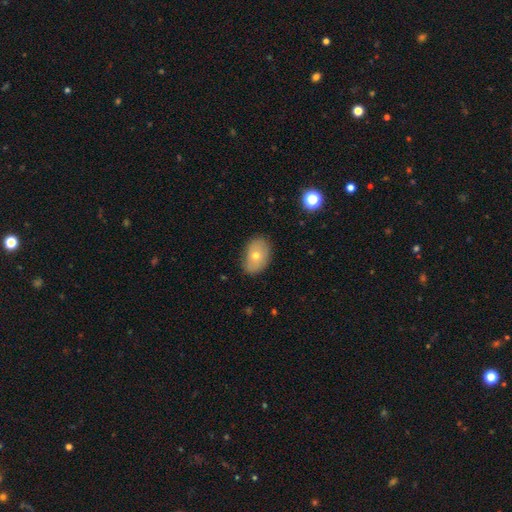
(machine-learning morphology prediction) Smooth or featured: smooth — 64% (featured or disk — 26%)
How rounded: in between — 81% (round — 17%)
Merging: none — 81% (minor disturbance — 14%)